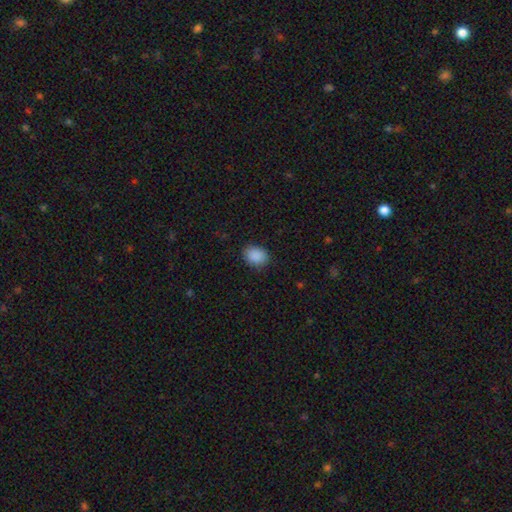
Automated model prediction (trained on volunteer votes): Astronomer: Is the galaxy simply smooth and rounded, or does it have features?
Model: smooth — 89%.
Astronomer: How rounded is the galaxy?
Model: in between — 57% (runner-up: round, 42%).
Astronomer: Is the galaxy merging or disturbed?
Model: none — 86%.